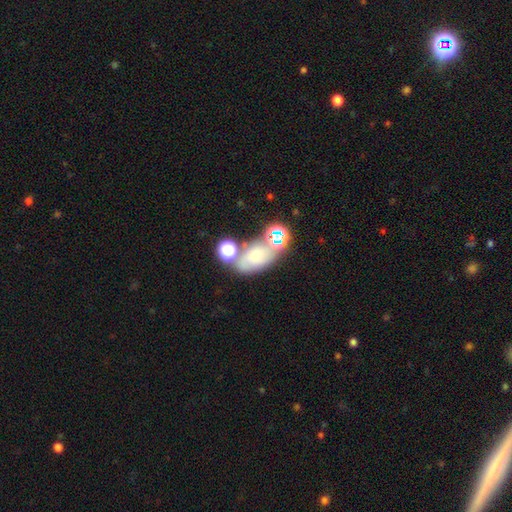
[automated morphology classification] smooth-or-featured: smooth: 50% | featured or disk: 26% | star or artifact: 25%
  merging: none: 47% | merger: 27% | minor disturbance: 17% | major disturbance: 10%